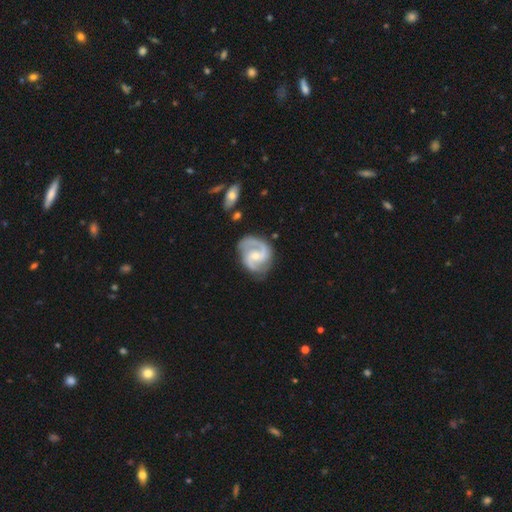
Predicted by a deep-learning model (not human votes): smooth-or-featured: featured or disk: 90% | smooth: 6% | star or artifact: 4%
  disk-edge-on: no: 98% | yes: 2%
    bar: no: 44% | weak: 43% | strong: 13%
    has-spiral-arms: yes: 98% | no: 2%
      spiral-winding: medium: 58% | tight: 27% | loose: 15%
      spiral-arm-count: 2: 88% | 3: 4% | can't tell: 3% | 1: 2% | 4: 1% | more than 4: 1%
    bulge-size: small: 55% | moderate: 41% | none: 2% | large: 1% | dominant: 1%
  merging: none: 75% | minor disturbance: 17% | major disturbance: 6% | merger: 2%